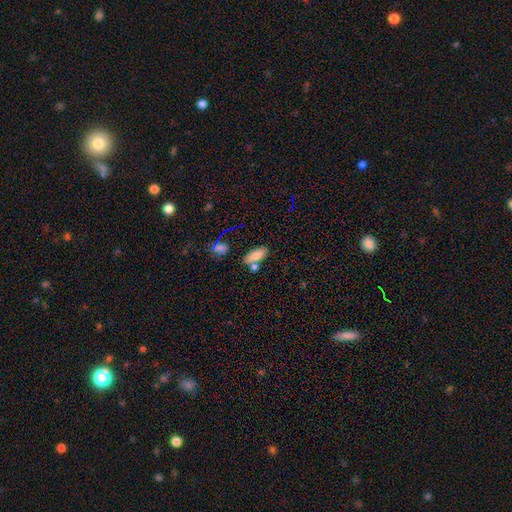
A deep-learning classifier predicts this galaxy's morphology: smooth_or_featured: smooth (p=0.79) [alt: star or artifact p=0.11]
how_rounded: in between (p=0.77) [alt: cigar-shaped p=0.19]
merging: none (p=0.59) [alt: merger p=0.22]